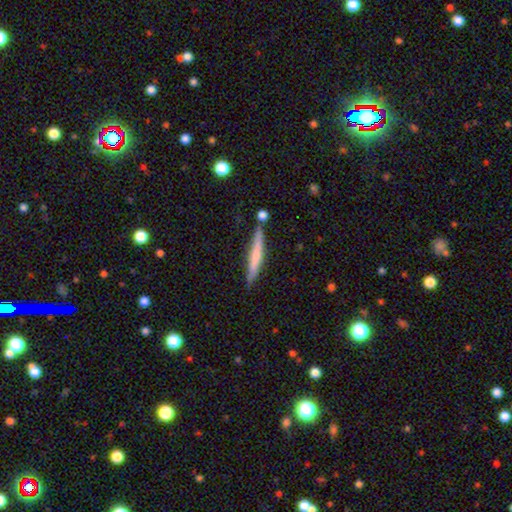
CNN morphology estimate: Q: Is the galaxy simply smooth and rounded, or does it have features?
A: smooth — 58%.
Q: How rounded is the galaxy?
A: cigar-shaped — 95%.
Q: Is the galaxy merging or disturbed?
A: none — 78%.